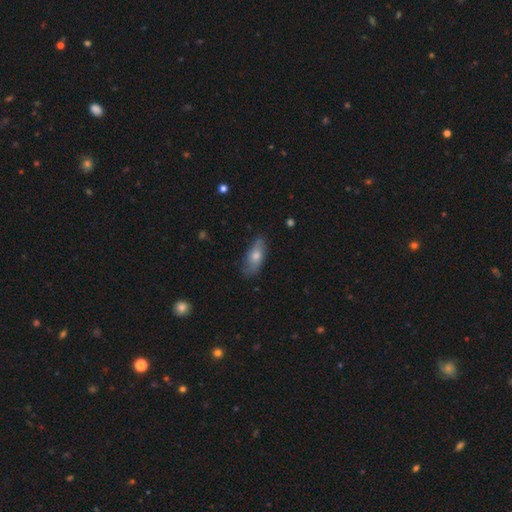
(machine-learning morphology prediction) Overall: smooth (61%; featured or disk 32%). How rounded: in between (74%). Merging: none (73%).